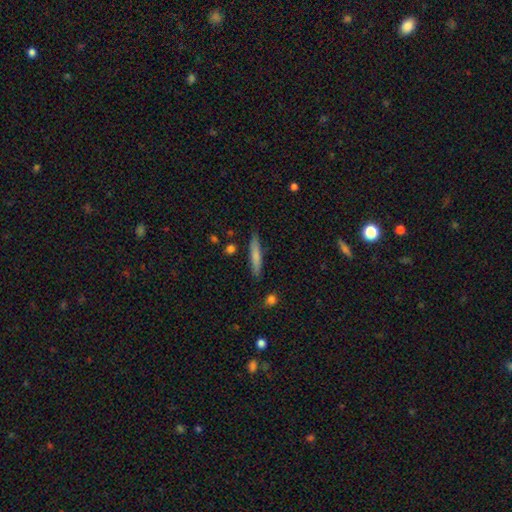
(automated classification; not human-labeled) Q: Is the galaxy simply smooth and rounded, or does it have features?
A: smooth — 71%.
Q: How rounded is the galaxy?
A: cigar-shaped — 91%.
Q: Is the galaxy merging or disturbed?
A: none — 85%.